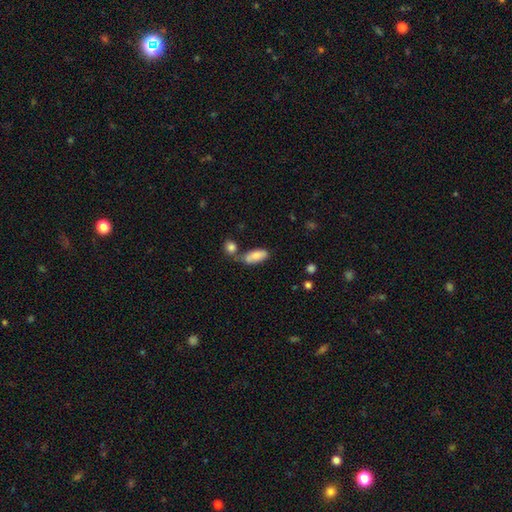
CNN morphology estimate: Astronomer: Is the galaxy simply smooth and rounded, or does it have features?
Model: smooth — 82%.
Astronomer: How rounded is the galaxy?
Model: in between — 84%.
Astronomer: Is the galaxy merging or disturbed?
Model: none — 50% (runner-up: merger, 27%).